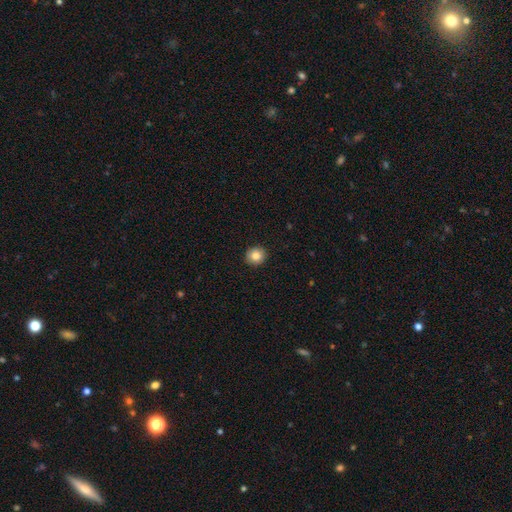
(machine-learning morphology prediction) Smooth or featured?
  - smooth: 84% *
  - star or artifact: 9%
  - featured or disk: 7%
How rounded?
  - round: 87% *
  - in between: 12%
  - cigar-shaped: 1%
Merging?
  - none: 92% *
  - minor disturbance: 5%
  - major disturbance: 2%
  - merger: 1%